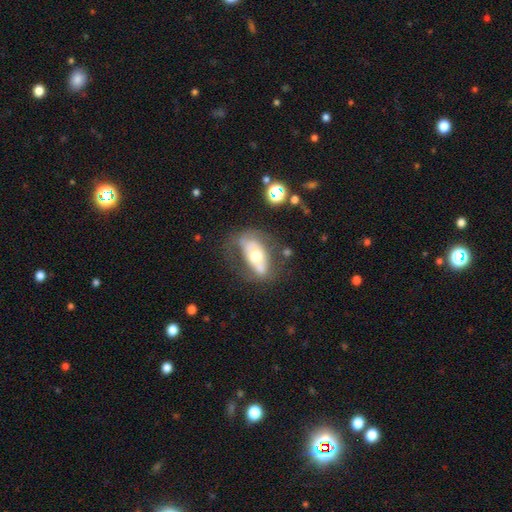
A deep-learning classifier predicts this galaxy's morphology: Overall: featured or disk (56%; smooth 37%). Edge-on disk: no (86%). Merging: none (50%; minor disturbance 23%).